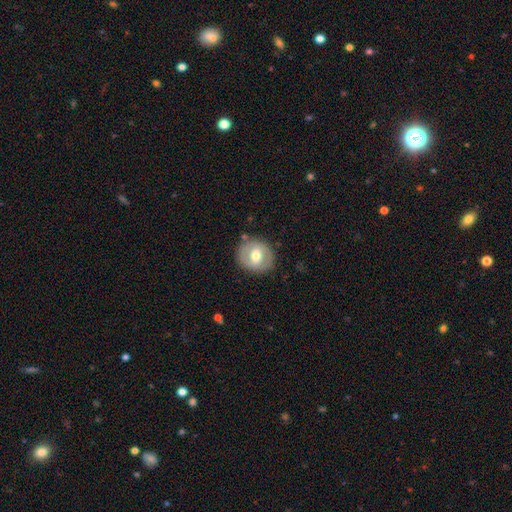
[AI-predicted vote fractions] A featured or disk galaxy (50%).

Vote fractions:
- Smooth or featured? featured or disk: 50% / smooth: 44% / star or artifact: 6%
- Merging? none: 82% / minor disturbance: 12% / major disturbance: 4% / merger: 2%